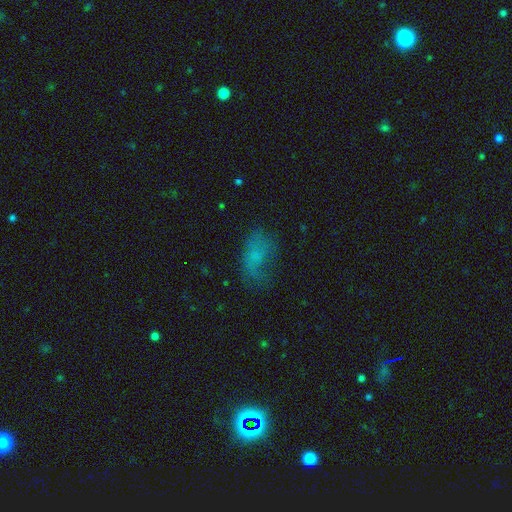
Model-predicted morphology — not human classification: Smooth or featured? smooth (58%)
How rounded? in between (88%)
Merging? none (47%)